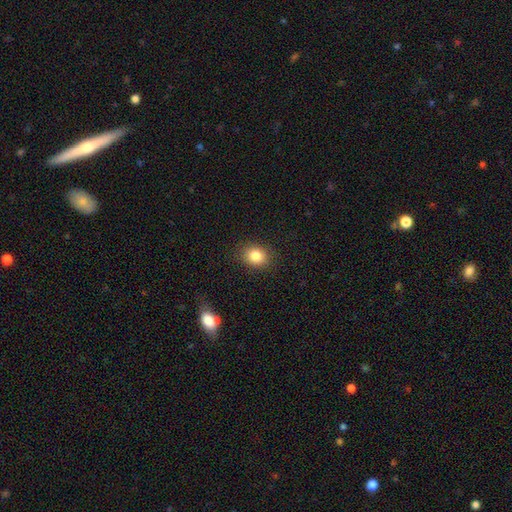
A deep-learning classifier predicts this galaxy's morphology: Smooth or featured: smooth — 83% (star or artifact — 10%)
How rounded: round — 54% (in between — 45%)
Merging: none — 87% (minor disturbance — 9%)